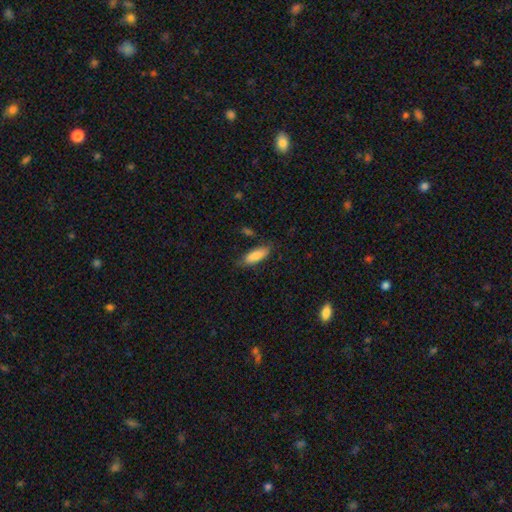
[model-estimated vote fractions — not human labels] Smooth or featured? smooth (85%)
How rounded? in between (62%)
Merging? none (77%)